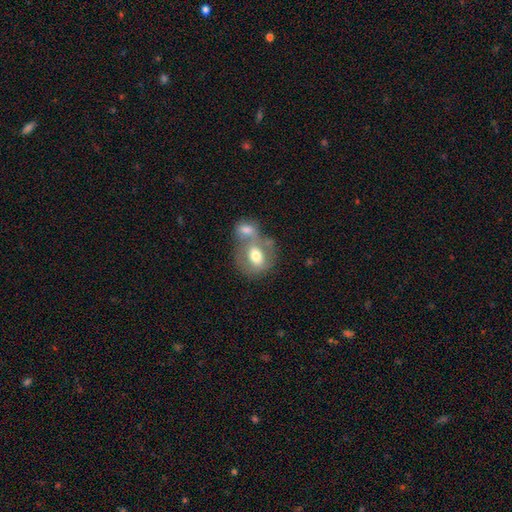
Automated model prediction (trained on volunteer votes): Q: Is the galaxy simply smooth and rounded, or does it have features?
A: smooth — 62%.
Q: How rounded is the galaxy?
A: in between — 52%.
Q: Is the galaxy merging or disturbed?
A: merger — 57%.